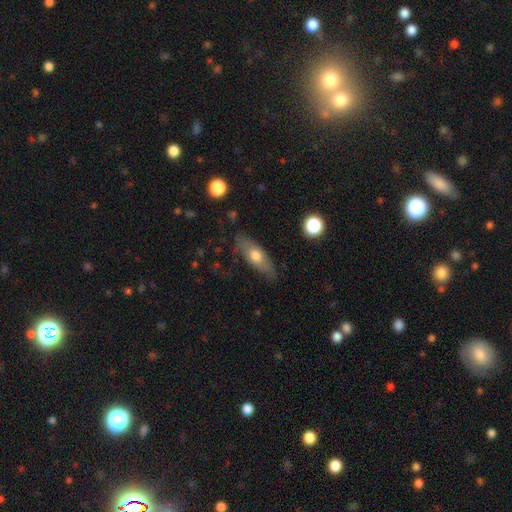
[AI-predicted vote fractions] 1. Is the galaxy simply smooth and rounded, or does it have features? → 58% smooth, 35% featured or disk, 7% star or artifact.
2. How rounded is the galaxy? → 62% in between, 34% cigar-shaped, 4% round.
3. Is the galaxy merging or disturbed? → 73% none, 20% minor disturbance, 5% major disturbance, 2% merger.